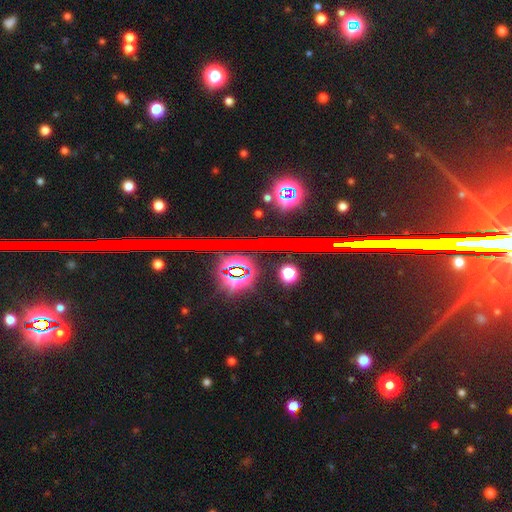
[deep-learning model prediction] Smooth or featured: star or artifact — 81% (featured or disk — 11%)